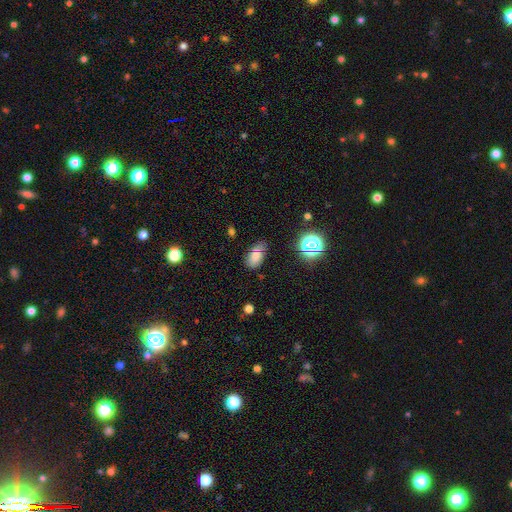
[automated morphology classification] A smooth galaxy with no disk features (74%) that is in between round and cigar-shaped (90%). Merging: none (63%).